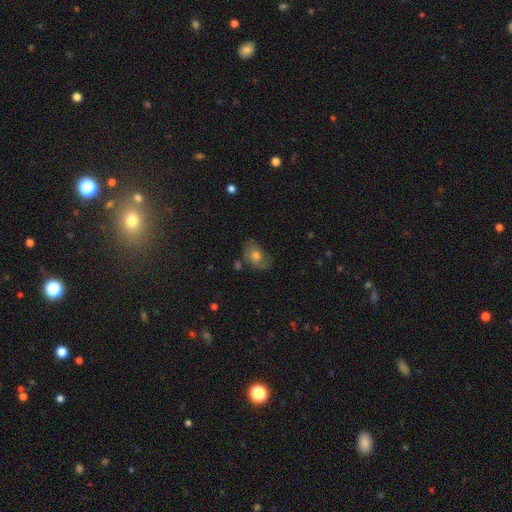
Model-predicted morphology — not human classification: Smooth or featured? Predicted: smooth (p=0.47). Merging? Predicted: none (p=0.55).